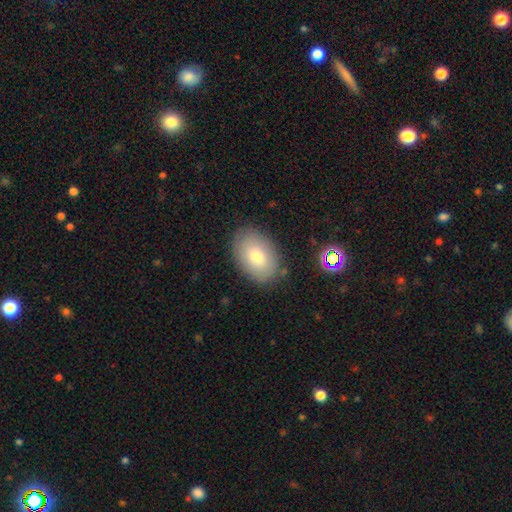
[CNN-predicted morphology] This is likely a smooth galaxy (75%). How rounded: clearly in between (85%). Merging: clearly none (83%).